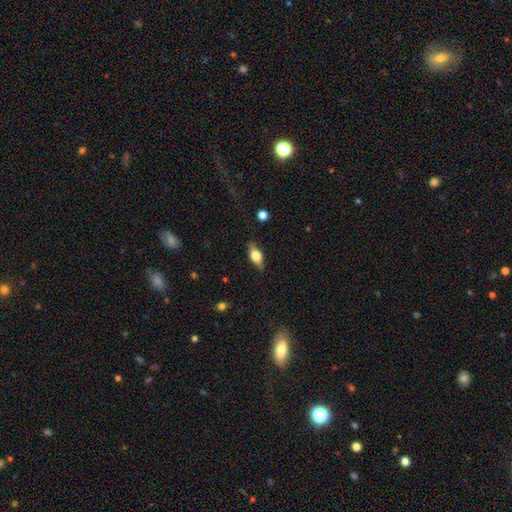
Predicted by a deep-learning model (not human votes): The model was most divided on "smooth or featured": smooth: 50%, featured or disk: 43%, star or artifact: 7%. More confident: merging — none (85%).